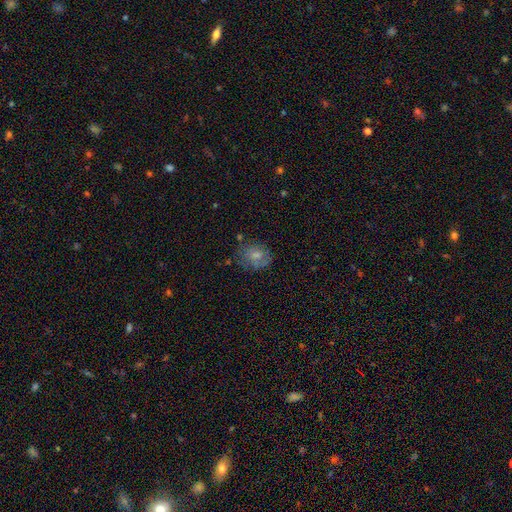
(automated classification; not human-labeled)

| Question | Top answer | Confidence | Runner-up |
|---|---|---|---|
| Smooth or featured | smooth | 64% | featured or disk (26%) |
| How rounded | round | 51% | in between (48%) |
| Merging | none | 59% | minor disturbance (25%) |